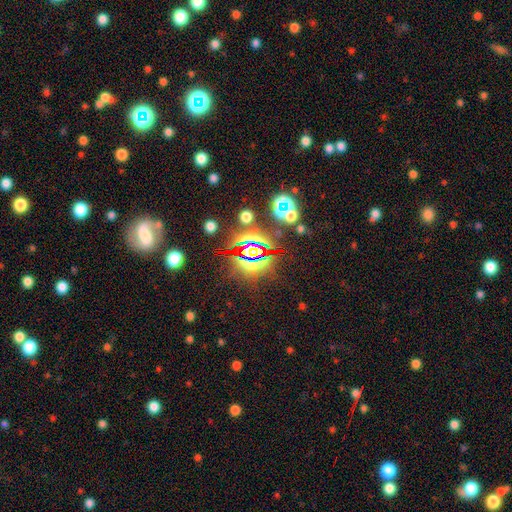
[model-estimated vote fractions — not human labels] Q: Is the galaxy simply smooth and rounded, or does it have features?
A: star or artifact — 76%.